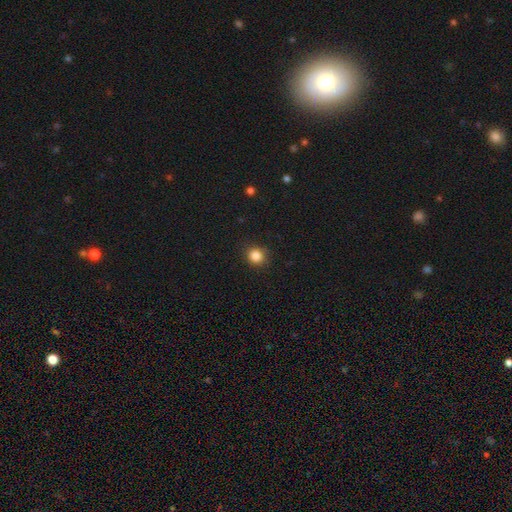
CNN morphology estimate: Smooth or featured?
  - smooth: 85% *
  - star or artifact: 11%
  - featured or disk: 4%
How rounded?
  - round: 85% *
  - in between: 14%
  - cigar-shaped: 1%
Merging?
  - none: 87% *
  - minor disturbance: 9%
  - major disturbance: 3%
  - merger: 1%